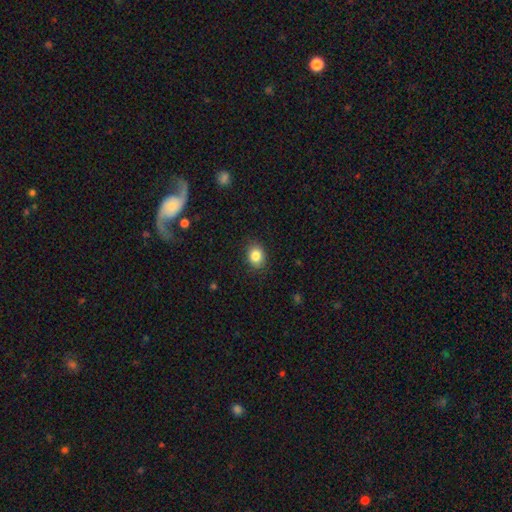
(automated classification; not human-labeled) The model was most divided on "how rounded": in between: 52%, round: 47%, cigar-shaped: 1%. More confident: merging — none (86%); smooth or featured — smooth (84%).